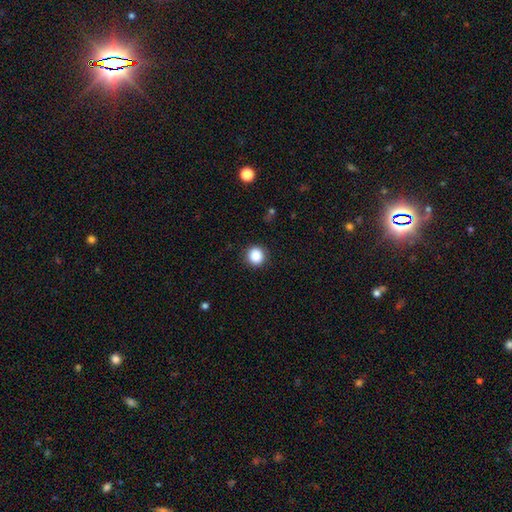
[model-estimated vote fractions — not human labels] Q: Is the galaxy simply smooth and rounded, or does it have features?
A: smooth — 88%.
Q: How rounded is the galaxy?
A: round — 93%.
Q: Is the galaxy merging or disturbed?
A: none — 90%.